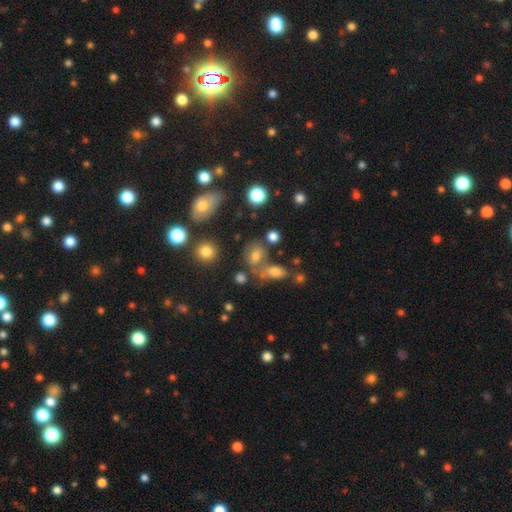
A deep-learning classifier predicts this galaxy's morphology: Smooth or featured? Predicted: smooth (p=0.68). How rounded? Predicted: in between (p=0.66). Merging? Predicted: none (p=0.50).